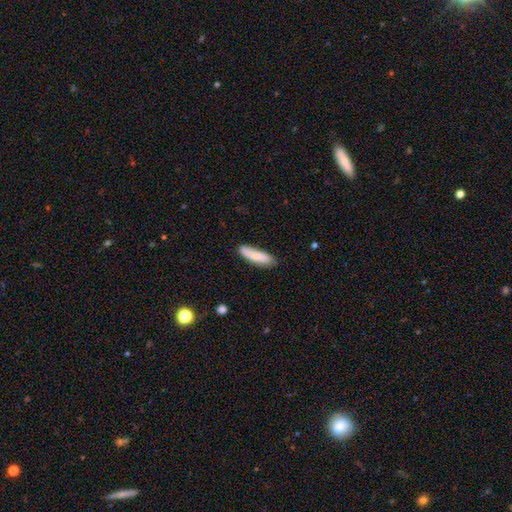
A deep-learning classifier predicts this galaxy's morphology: type=smooth (78%); roundness=cigar-shaped (62%); merging=none (76%).